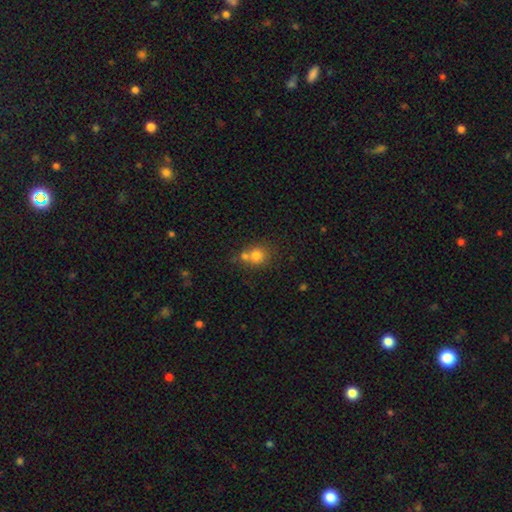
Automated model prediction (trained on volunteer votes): smooth 76%, featured or disk 12%, star or artifact 11%. Down the decision tree: how rounded — round (81%); merging — merger (45%).